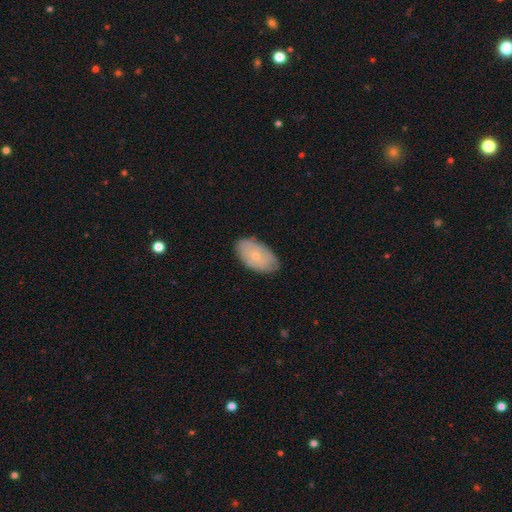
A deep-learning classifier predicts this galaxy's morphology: Smooth or featured: smooth — 60% (featured or disk — 34%)
How rounded: in between — 93% (round — 5%)
Merging: none — 80% (minor disturbance — 16%)